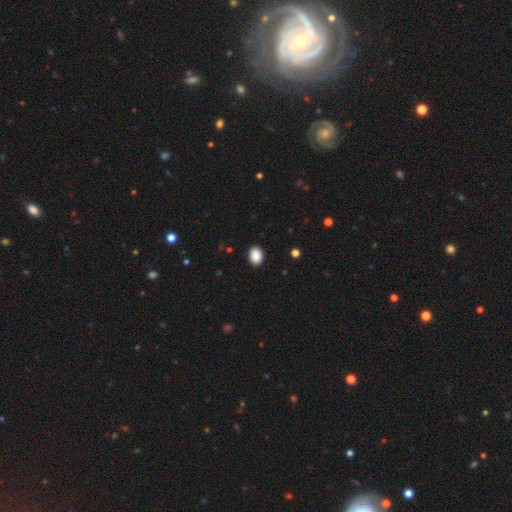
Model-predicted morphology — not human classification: Overall: smooth (90%). How rounded: in between (77%). Merging: none (91%).